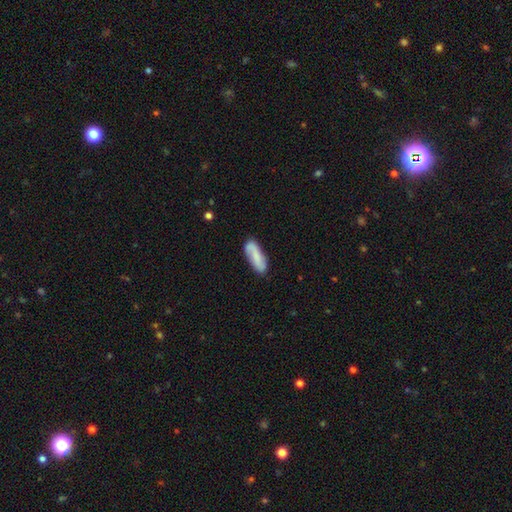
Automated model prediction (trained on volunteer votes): A smooth galaxy with no disk features (64%) that is in between round and cigar-shaped (60%). Merging: none (76%).